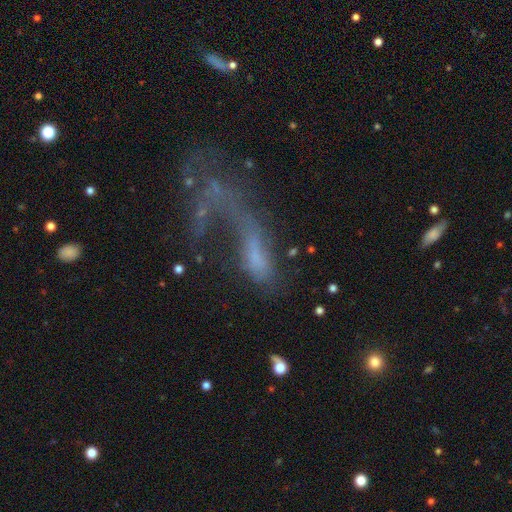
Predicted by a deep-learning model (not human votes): A featured or disk galaxy (45%). Merging: major disturbance (55%).